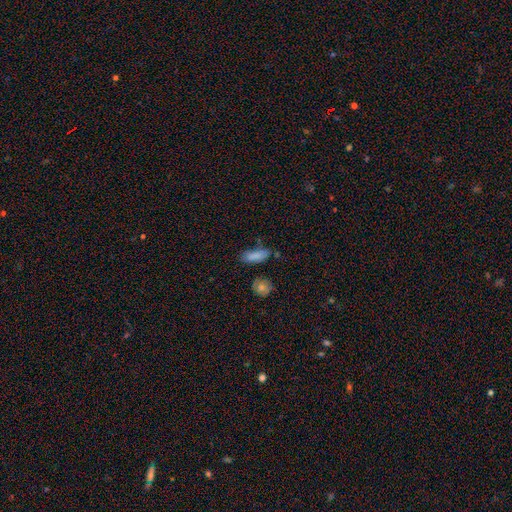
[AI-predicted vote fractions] smooth 83%, star or artifact 9%, featured or disk 9%. Down the decision tree: how rounded — in between (73%); merging — none (66%).